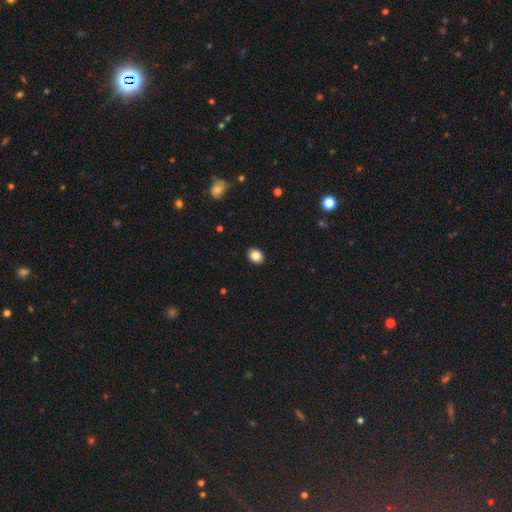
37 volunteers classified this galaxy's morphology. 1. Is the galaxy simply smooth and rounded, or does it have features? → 95% smooth, 3% featured or disk, 3% star or artifact.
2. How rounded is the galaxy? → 54% round, 46% in between, 0% cigar-shaped.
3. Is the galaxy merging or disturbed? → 94% none, 3% minor disturbance, 3% major disturbance, 0% merger.